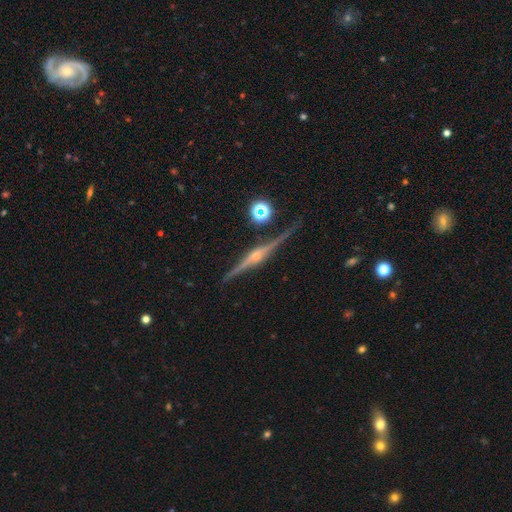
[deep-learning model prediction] smooth-or-featured: featured or disk: 87% | star or artifact: 6% | smooth: 6%
  disk-edge-on: yes: 98% | no: 2%
    edge-on-bulge: rounded: 85% | boxy: 10% | none: 6%
  merging: none: 86% | minor disturbance: 9% | major disturbance: 2% | merger: 2%